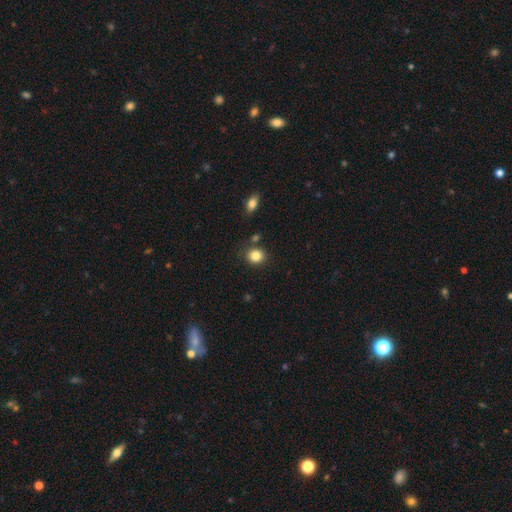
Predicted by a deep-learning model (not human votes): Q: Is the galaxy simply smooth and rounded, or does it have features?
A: smooth — 85%.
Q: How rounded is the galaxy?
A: round — 68%.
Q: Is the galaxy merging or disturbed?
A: none — 80%.